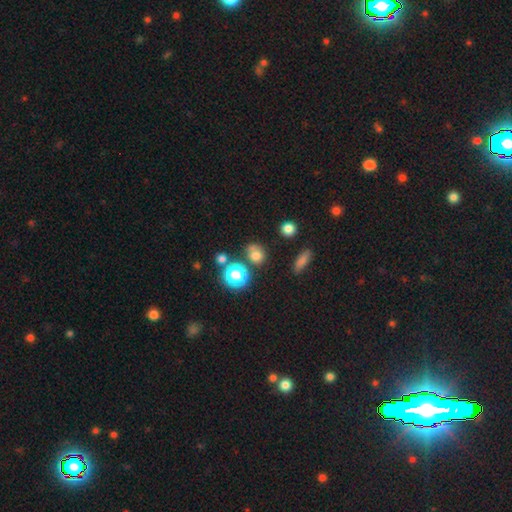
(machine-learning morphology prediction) This appears to be a smooth galaxy with no disk features (71%) that is round (67%). Merging: none (60%).